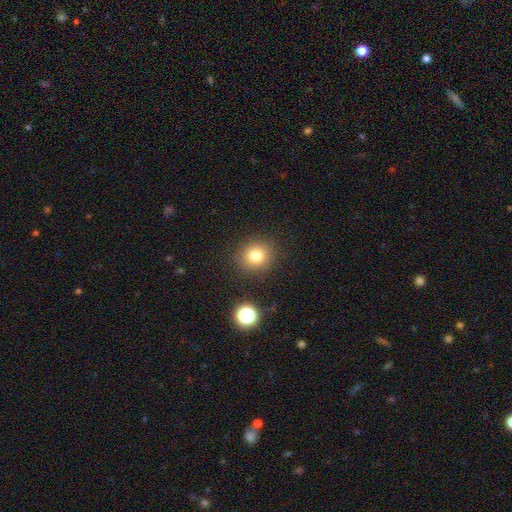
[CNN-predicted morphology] Smooth or featured? Predicted: smooth (p=0.78). How rounded? Predicted: round (p=0.86). Merging? Predicted: none (p=0.88).